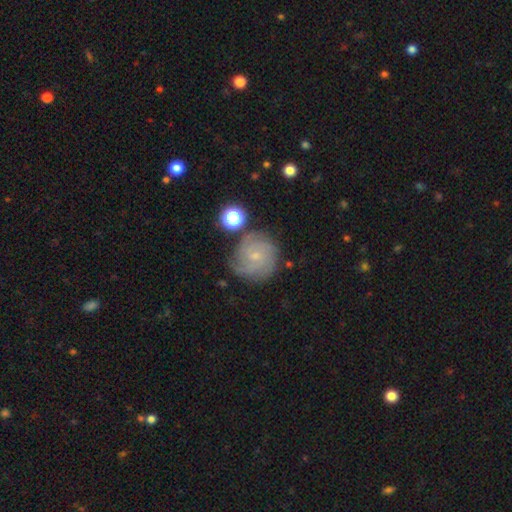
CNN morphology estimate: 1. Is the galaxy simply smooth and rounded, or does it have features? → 70% featured or disk, 21% smooth, 9% star or artifact.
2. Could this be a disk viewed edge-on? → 98% no, 2% yes.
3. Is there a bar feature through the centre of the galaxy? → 69% no, 28% weak, 4% strong.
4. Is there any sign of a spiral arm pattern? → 93% yes, 7% no.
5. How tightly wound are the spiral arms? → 63% tight, 29% medium, 8% loose.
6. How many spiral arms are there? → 33% can't tell, 25% 3, 19% 2, 13% 4, 6% 1, 5% more than 4.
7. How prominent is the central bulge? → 75% small, 18% moderate, 4% none, 1% large, 1% dominant.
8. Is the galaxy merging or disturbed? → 67% none, 19% minor disturbance, 7% major disturbance, 6% merger.